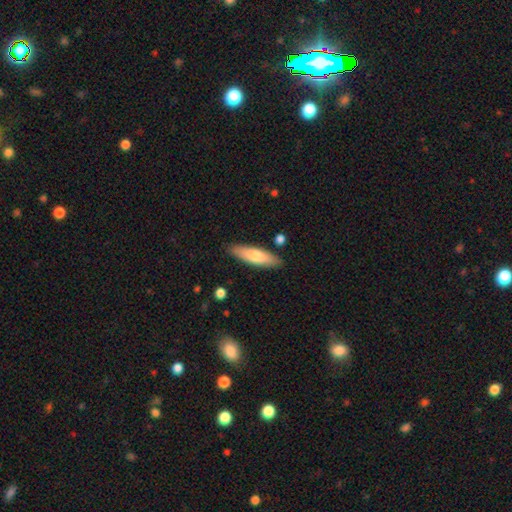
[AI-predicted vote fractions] The model was most divided on "how rounded": cigar-shaped: 63%, in between: 36%, round: 2%. More confident: merging — none (87%); smooth or featured — smooth (73%).